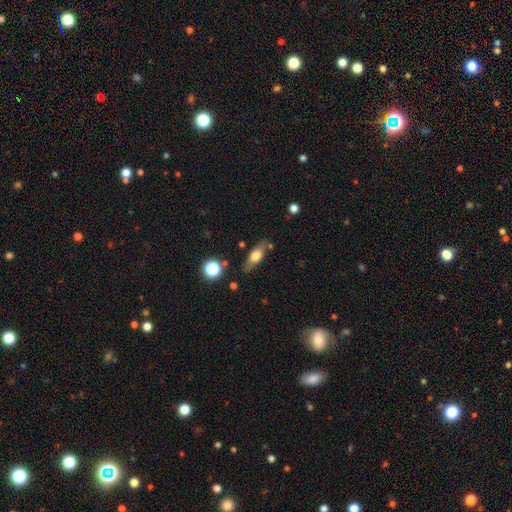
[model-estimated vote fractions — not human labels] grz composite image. It shows a smooth galaxy with no disk features (57%) that is in between round and cigar-shaped (63%). Merging: none (76%).